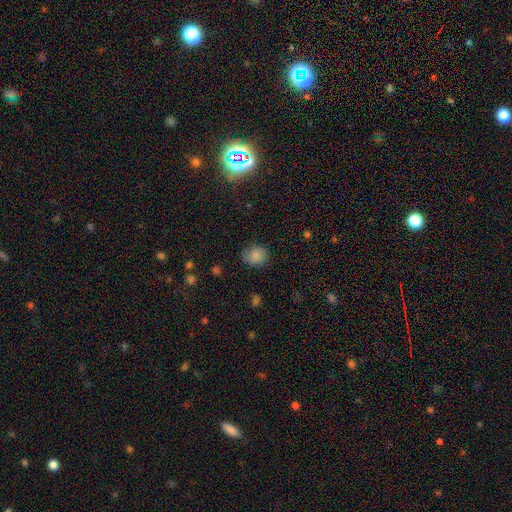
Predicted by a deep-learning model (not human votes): Q: Smooth or featured?
A: smooth (84%); runner-up: star or artifact (10%)
Q: How rounded?
A: round (63%); runner-up: in between (36%)
Q: Merging?
A: none (74%); runner-up: minor disturbance (20%)